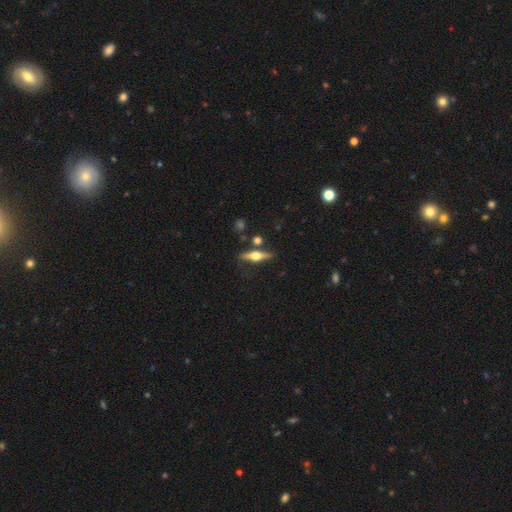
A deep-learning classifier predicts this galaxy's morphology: A featured or disk galaxy (66%) viewed edge-on (96%) with a rounded central bulge (95%).

Vote fractions:
- Smooth or featured? featured or disk: 66% / smooth: 27% / star or artifact: 6%
- Edge-on disk? yes: 96% / no: 4%
- Edge-on bulge? rounded: 95% / boxy: 3% / none: 2%
- Merging? none: 81% / minor disturbance: 11% / merger: 5% / major disturbance: 3%